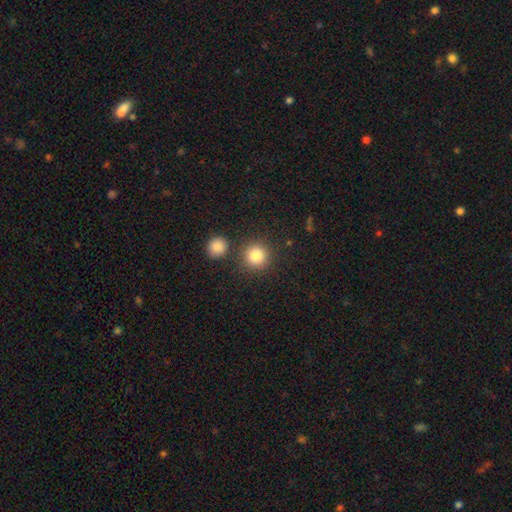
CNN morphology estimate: smooth 84%, star or artifact 10%, featured or disk 5%. Down the decision tree: how rounded — round (92%); merging — none (82%).